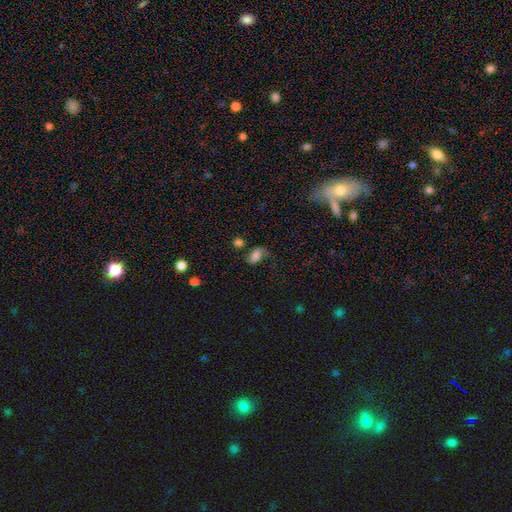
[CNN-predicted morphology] type=smooth (66%); roundness=in between (86%); merging=none (58%).